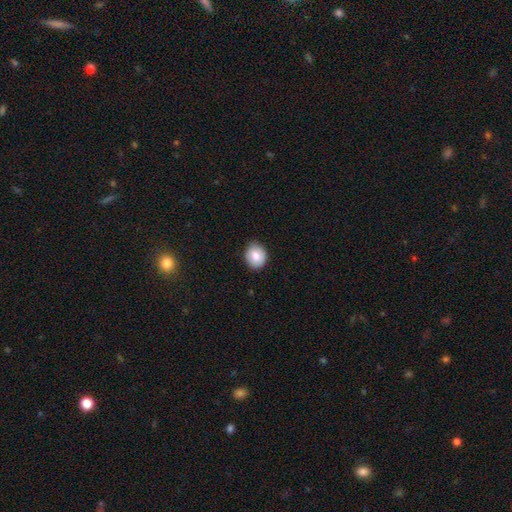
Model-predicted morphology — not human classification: Smooth or featured? smooth (83%)
How rounded? round (72%)
Merging? none (86%)